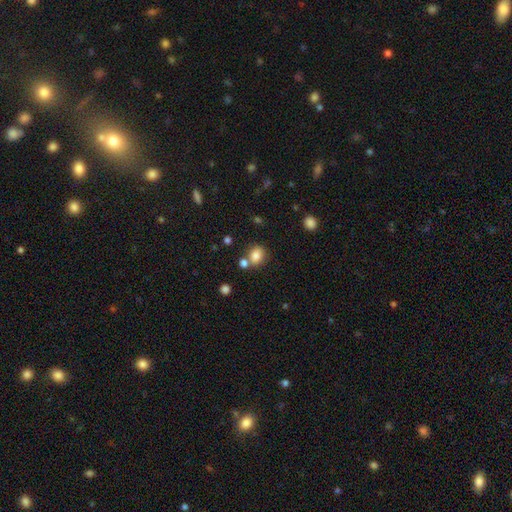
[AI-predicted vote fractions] Smooth or featured? Predicted: smooth (p=0.81). How rounded? Predicted: round (p=0.64). Merging? Predicted: none (p=0.64).